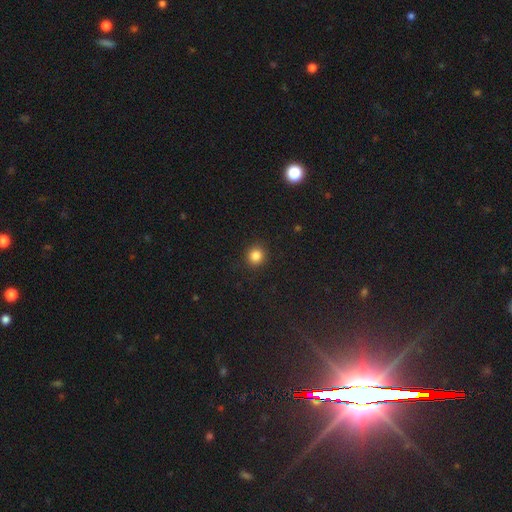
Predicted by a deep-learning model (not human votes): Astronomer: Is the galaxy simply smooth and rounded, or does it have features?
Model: smooth — 85%.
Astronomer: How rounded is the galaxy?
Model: round — 89%.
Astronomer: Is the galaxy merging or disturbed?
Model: none — 91%.